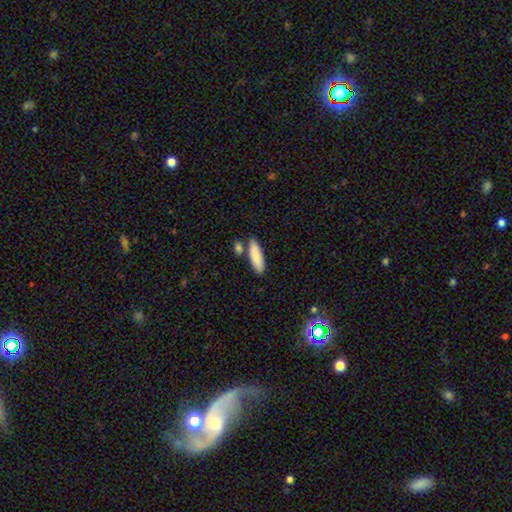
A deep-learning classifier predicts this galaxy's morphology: smooth 87%, featured or disk 8%, star or artifact 6%. Down the decision tree: how rounded — cigar-shaped (49%); merging — none (73%).